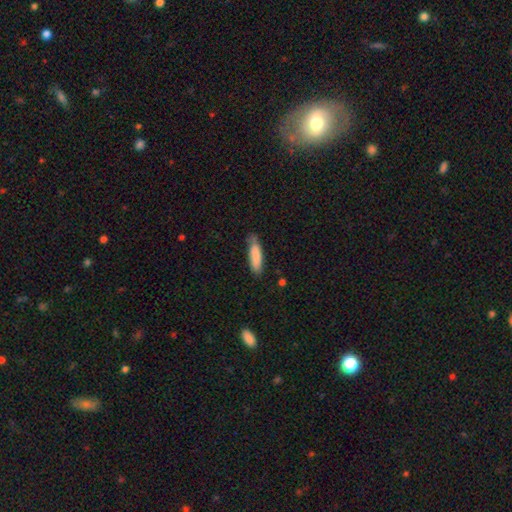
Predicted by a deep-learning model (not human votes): This is clearly a smooth galaxy (85%). How rounded: likely cigar-shaped (65%). Merging: likely none (68%).